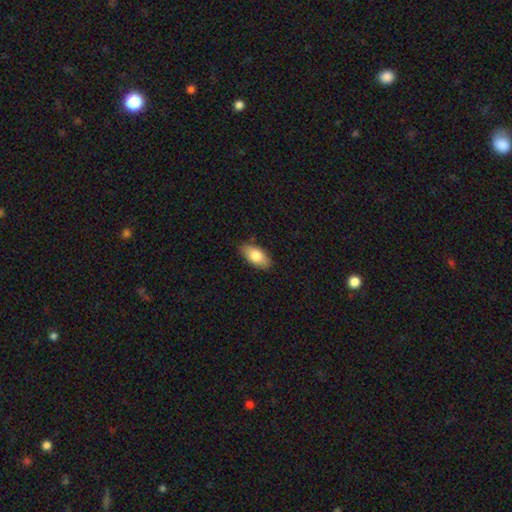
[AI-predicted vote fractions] A smooth galaxy with no disk features (80%) that is in between round and cigar-shaped (90%). Merging: none (86%).